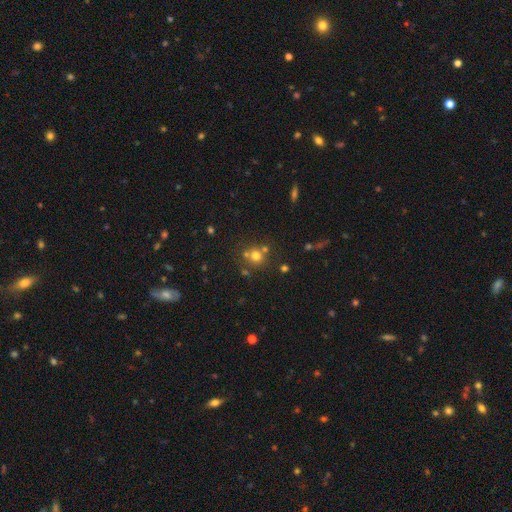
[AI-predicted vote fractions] The model was most divided on "merging": none: 63%, merger: 24%, minor disturbance: 9%, major disturbance: 4%. More confident: how rounded — round (88%); smooth or featured — smooth (68%).